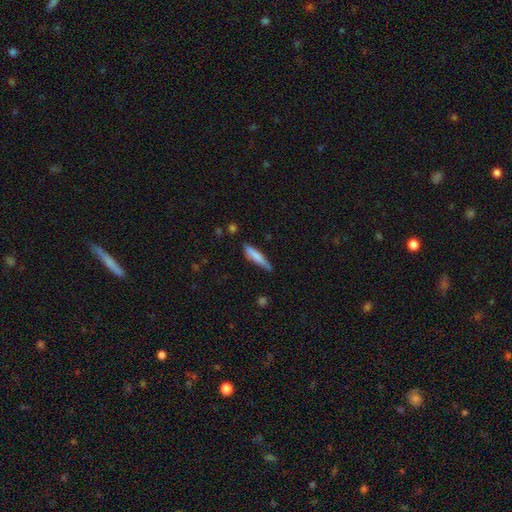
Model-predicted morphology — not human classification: Q: Smooth or featured?
A: smooth (77%); runner-up: featured or disk (17%)
Q: How rounded?
A: cigar-shaped (84%); runner-up: in between (15%)
Q: Merging?
A: none (65%); runner-up: minor disturbance (27%)